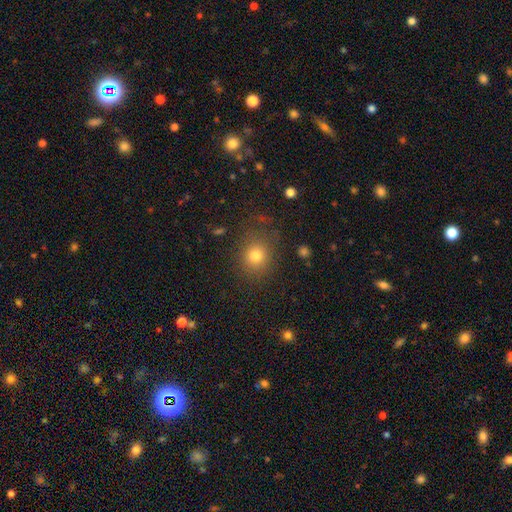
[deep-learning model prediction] Overall: smooth (76%). How rounded: round (75%). Merging: none (79%).